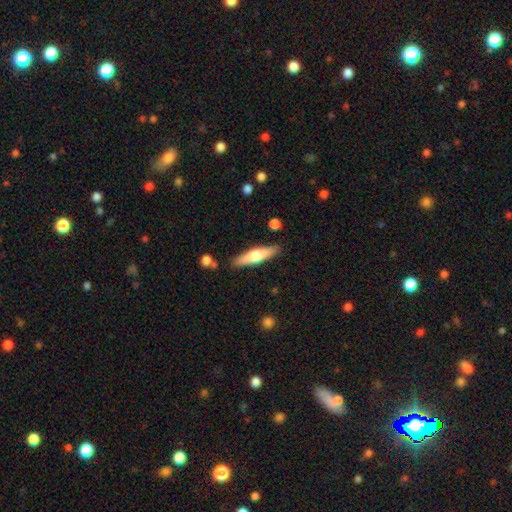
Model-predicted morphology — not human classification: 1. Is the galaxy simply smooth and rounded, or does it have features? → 49% smooth, 45% featured or disk, 5% star or artifact.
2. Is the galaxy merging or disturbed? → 87% none, 9% minor disturbance, 2% merger, 2% major disturbance.